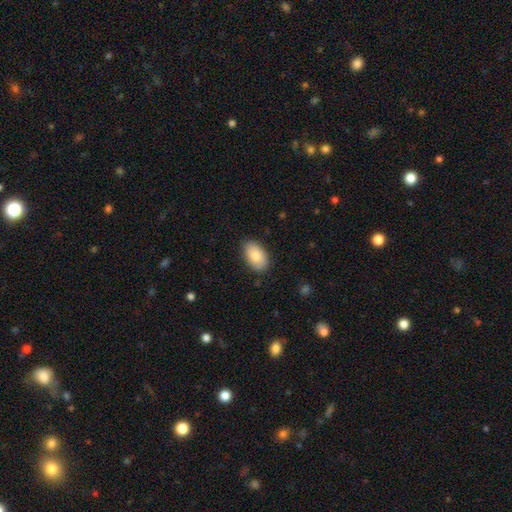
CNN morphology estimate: Q: Smooth or featured?
A: smooth (85%); runner-up: featured or disk (9%)
Q: How rounded?
A: in between (94%); runner-up: round (5%)
Q: Merging?
A: none (82%); runner-up: minor disturbance (15%)